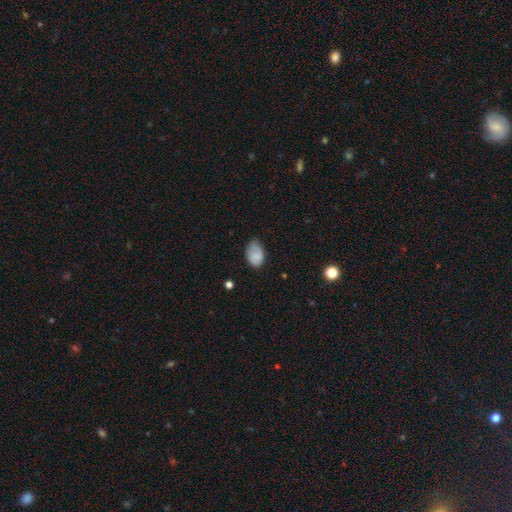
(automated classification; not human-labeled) Smooth or featured?
  - smooth: 83% *
  - featured or disk: 9%
  - star or artifact: 8%
How rounded?
  - in between: 87% *
  - round: 12%
  - cigar-shaped: 1%
Merging?
  - none: 58% *
  - minor disturbance: 34%
  - major disturbance: 7%
  - merger: 2%